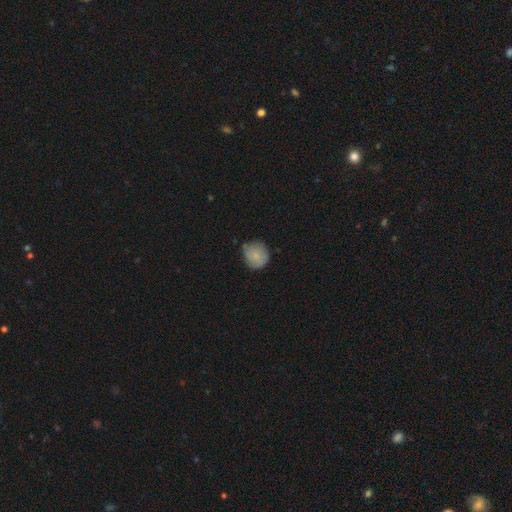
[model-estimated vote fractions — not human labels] Morphology: type=smooth (75%); roundness=round (87%); merging=none (67%).